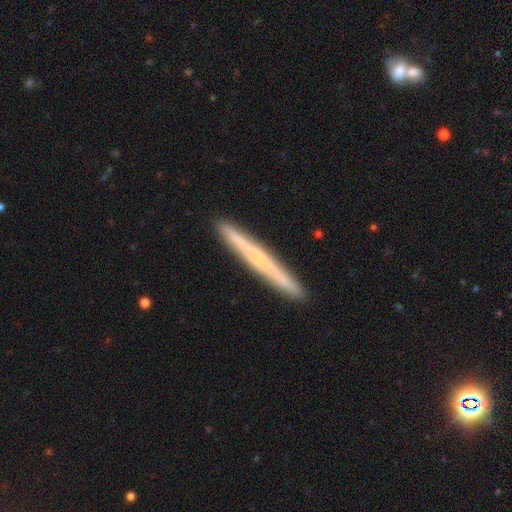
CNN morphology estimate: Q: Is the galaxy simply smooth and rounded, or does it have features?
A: featured or disk — 53%.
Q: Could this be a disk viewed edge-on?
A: yes — 96%.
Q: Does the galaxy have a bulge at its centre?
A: none — 69%.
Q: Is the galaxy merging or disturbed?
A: none — 91%.